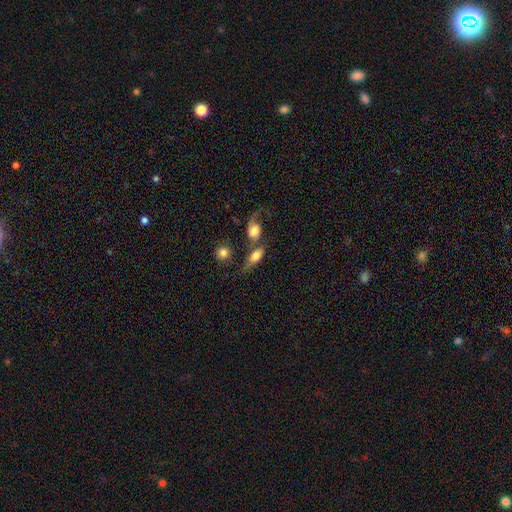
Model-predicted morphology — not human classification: Smooth or featured: smooth — 64% (featured or disk — 27%)
How rounded: in between — 74% (round — 13%)
Merging: merger — 43% (none — 30%)